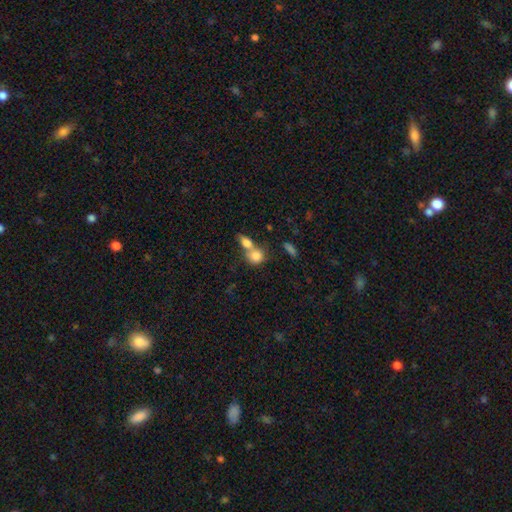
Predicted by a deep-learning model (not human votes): smooth 80%, featured or disk 12%, star or artifact 8%. Down the decision tree: how rounded — round (64%); merging — merger (57%).